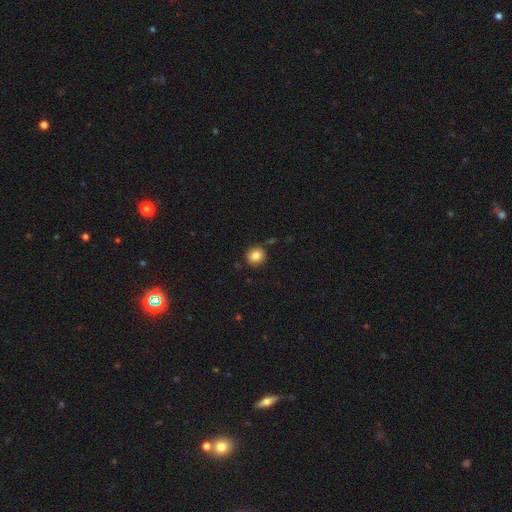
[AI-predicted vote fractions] Smooth or featured? Predicted: smooth (p=0.84). How rounded? Predicted: round (p=0.89). Merging? Predicted: none (p=0.87).